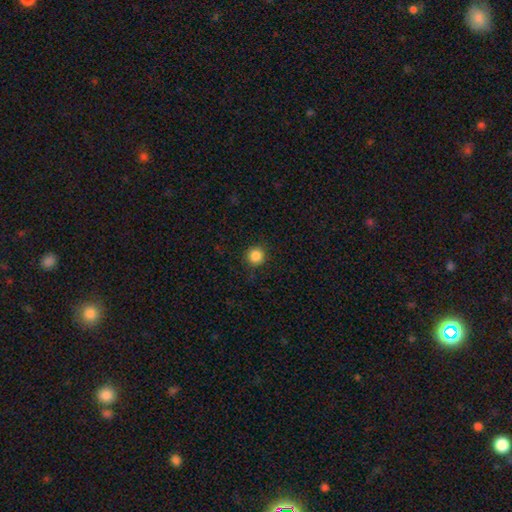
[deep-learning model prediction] smooth 86%, star or artifact 10%, featured or disk 3%. Down the decision tree: how rounded — round (95%); merging — none (91%).